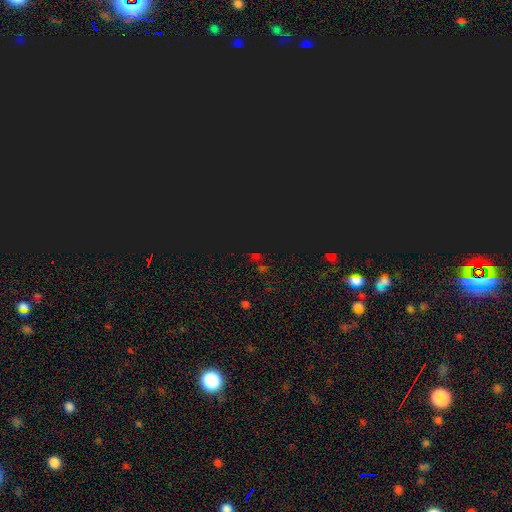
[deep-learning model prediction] This appears to be a star or artifact, not a galaxy (71%).